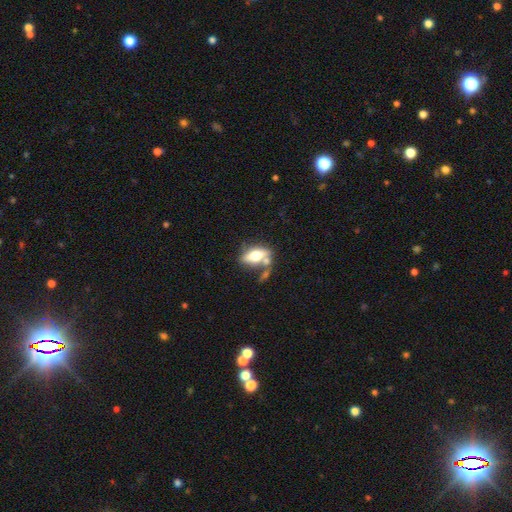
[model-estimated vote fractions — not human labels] smooth_or_featured: smooth (p=0.52) [alt: featured or disk p=0.41]
how_rounded: in between (p=0.78) [alt: cigar-shaped p=0.15]
merging: none (p=0.45) [alt: merger p=0.29]